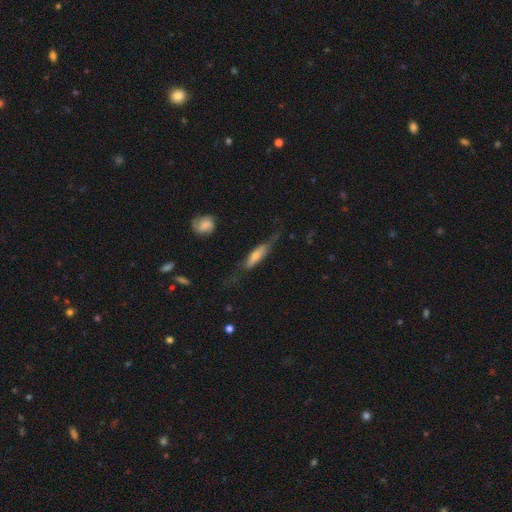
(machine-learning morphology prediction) smooth-or-featured: featured or disk: 48% | smooth: 46% | star or artifact: 7%
  merging: none: 48% | minor disturbance: 26% | major disturbance: 22% | merger: 3%